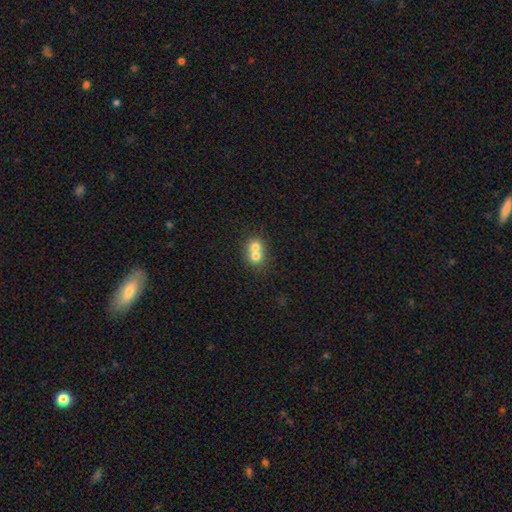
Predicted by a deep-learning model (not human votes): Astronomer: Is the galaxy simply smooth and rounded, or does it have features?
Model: smooth — 70%.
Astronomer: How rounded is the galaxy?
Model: round — 76%.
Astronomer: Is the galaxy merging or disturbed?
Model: merger — 71%.